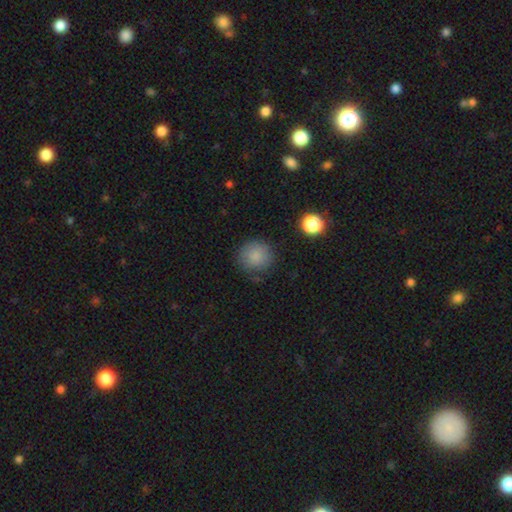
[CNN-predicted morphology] smooth-or-featured: smooth: 85% | star or artifact: 9% | featured or disk: 6%
  how-rounded: round: 92% | in between: 7% | cigar-shaped: 1%
  merging: none: 80% | minor disturbance: 14% | major disturbance: 5% | merger: 2%